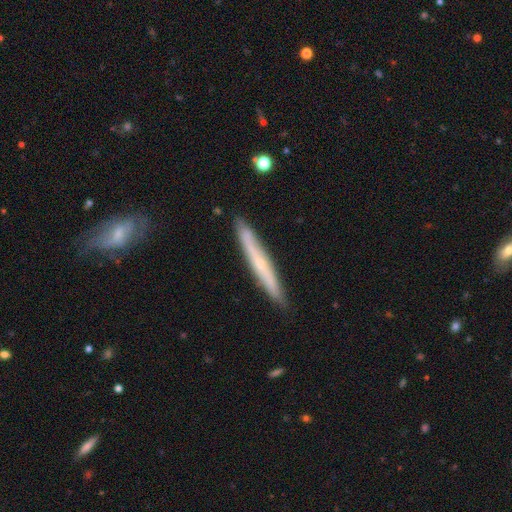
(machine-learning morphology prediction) smooth_or_featured: featured or disk (p=0.55) [alt: smooth p=0.38]
disk_edge_on: yes (p=0.90) [alt: no p=0.10]
merging: none (p=0.87) [alt: minor disturbance p=0.10]